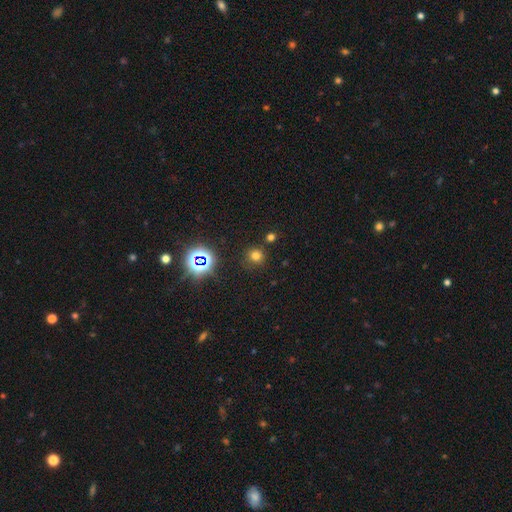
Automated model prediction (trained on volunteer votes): smooth 68%, star or artifact 25%, featured or disk 7%. Down the decision tree: how rounded — round (92%); merging — none (84%).